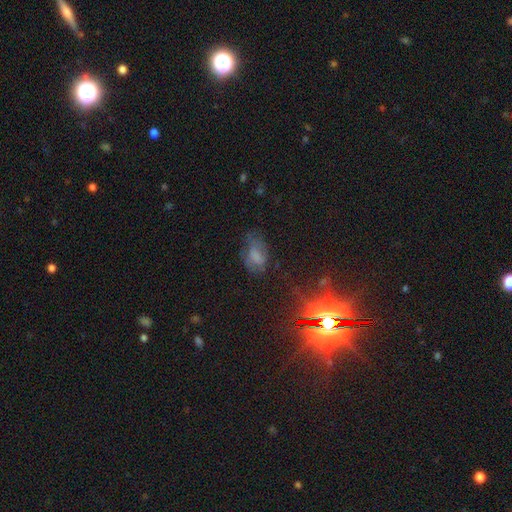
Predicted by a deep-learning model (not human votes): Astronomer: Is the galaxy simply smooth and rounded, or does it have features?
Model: smooth — 52%.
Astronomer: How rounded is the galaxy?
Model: in between — 85%.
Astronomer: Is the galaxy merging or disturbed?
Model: none — 46% (runner-up: minor disturbance, 29%).